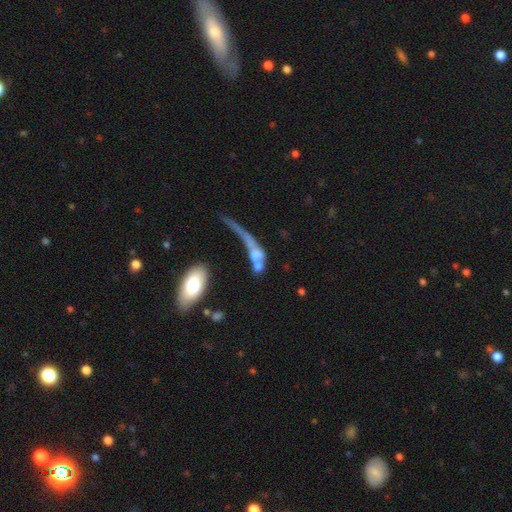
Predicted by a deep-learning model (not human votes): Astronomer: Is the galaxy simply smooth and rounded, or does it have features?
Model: smooth — 51% (runner-up: featured or disk, 38%).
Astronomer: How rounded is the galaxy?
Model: in between — 48% (runner-up: cigar-shaped, 34%).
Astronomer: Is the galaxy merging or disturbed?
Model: merger — 43% (runner-up: major disturbance, 30%).